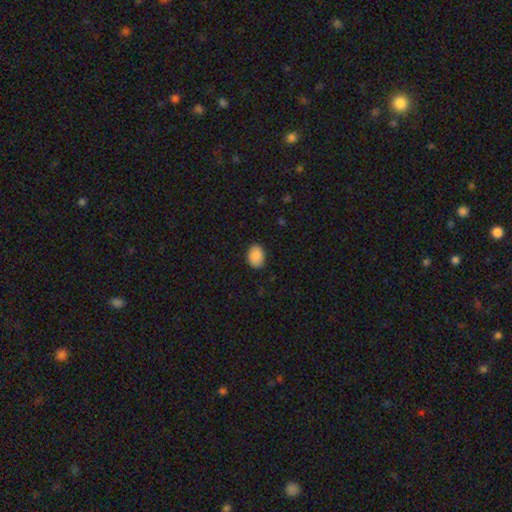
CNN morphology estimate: smooth-or-featured: smooth: 89% | star or artifact: 7% | featured or disk: 4%
  how-rounded: in between: 76% | round: 23% | cigar-shaped: 1%
  merging: none: 87% | minor disturbance: 10% | major disturbance: 2% | merger: 1%